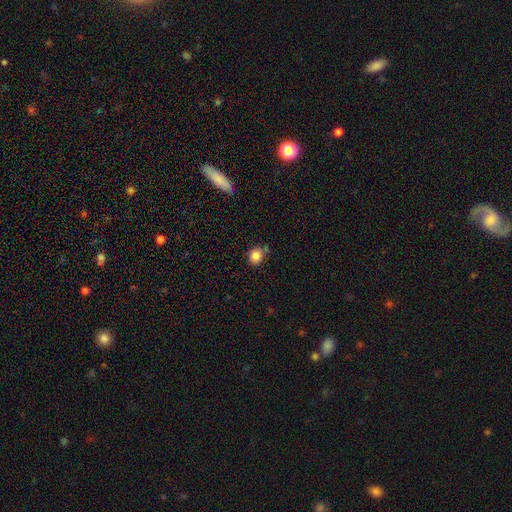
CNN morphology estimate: smooth_or_featured: smooth (p=0.85) [alt: star or artifact p=0.10]
how_rounded: round (p=0.78) [alt: in between p=0.21]
merging: none (p=0.70) [alt: minor disturbance p=0.18]